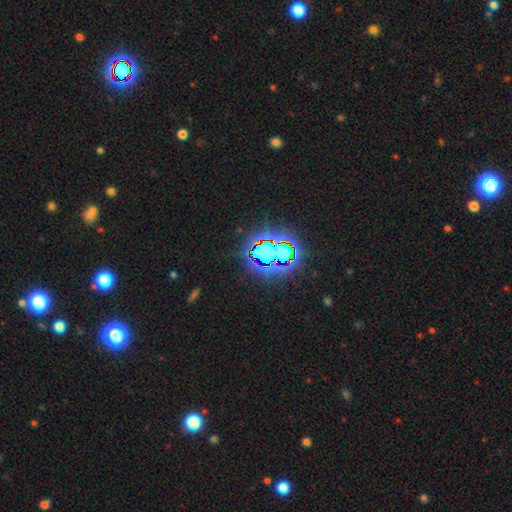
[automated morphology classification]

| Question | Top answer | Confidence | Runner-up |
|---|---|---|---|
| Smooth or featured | star or artifact | 81% | smooth (11%) |